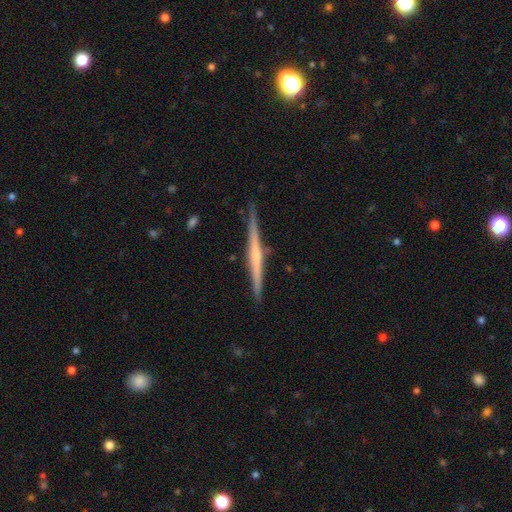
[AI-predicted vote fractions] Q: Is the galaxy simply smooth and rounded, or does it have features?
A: featured or disk — 73%.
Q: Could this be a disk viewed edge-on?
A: yes — 98%.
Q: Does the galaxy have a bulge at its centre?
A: rounded — 51%.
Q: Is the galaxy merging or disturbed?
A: none — 89%.